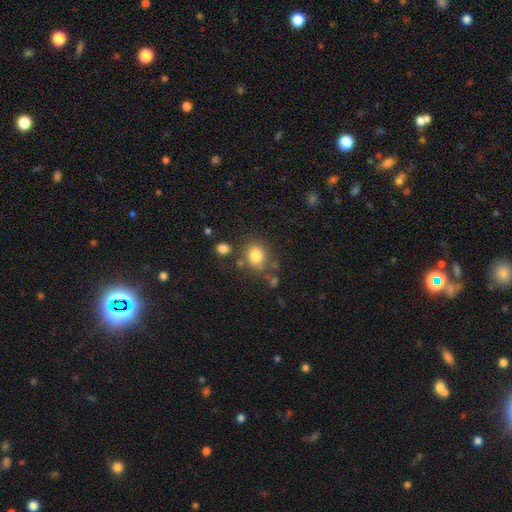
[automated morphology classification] smooth-or-featured: smooth: 82% | star or artifact: 11% | featured or disk: 8%
  how-rounded: round: 67% | in between: 32% | cigar-shaped: 1%
  merging: none: 71% | minor disturbance: 14% | merger: 9% | major disturbance: 5%